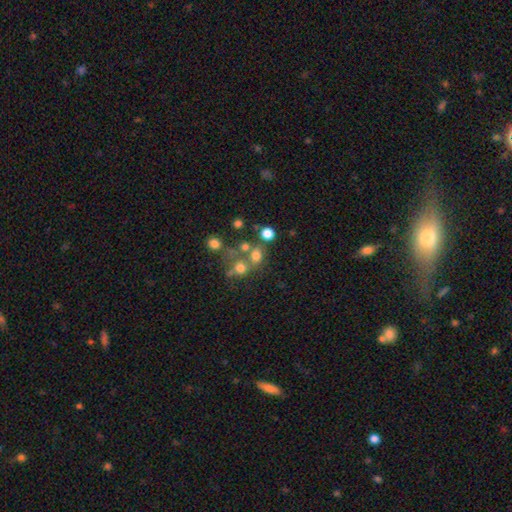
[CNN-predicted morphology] Smooth or featured? smooth (67%)
How rounded? round (74%)
Merging? none (52%)